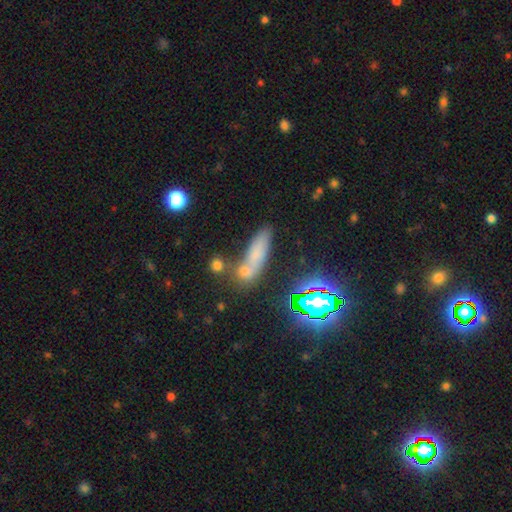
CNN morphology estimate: The model was most divided on "how rounded": cigar-shaped: 56%, in between: 37%, round: 8%. More confident: smooth or featured — smooth (59%); merging — none (51%).